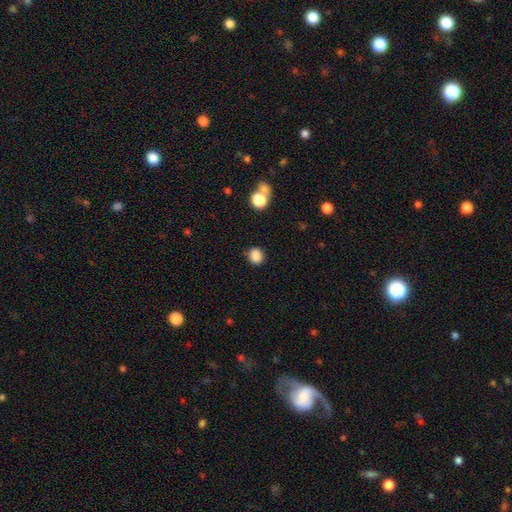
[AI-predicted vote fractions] Q: Smooth or featured?
A: smooth (86%); runner-up: star or artifact (10%)
Q: How rounded?
A: round (71%); runner-up: in between (28%)
Q: Merging?
A: none (82%); runner-up: minor disturbance (12%)